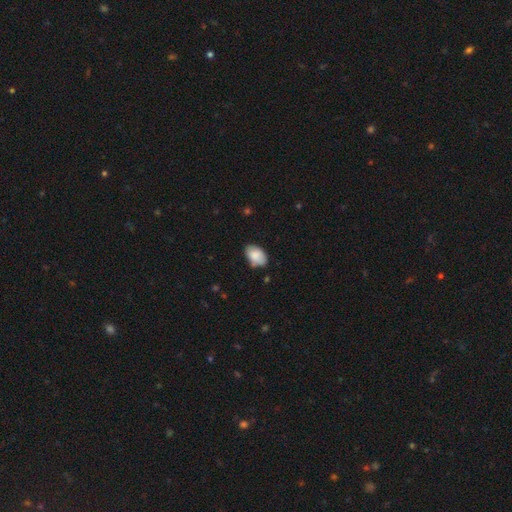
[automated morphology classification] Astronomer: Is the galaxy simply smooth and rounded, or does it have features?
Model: smooth — 84%.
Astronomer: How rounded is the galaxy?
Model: in between — 90%.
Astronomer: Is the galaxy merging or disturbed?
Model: none — 72%.